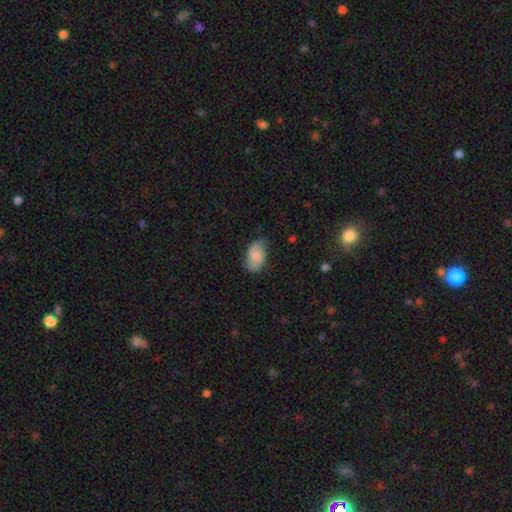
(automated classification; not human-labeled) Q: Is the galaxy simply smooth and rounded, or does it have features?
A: smooth — 71%.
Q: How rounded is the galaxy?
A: in between — 93%.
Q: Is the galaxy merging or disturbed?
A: none — 68%.